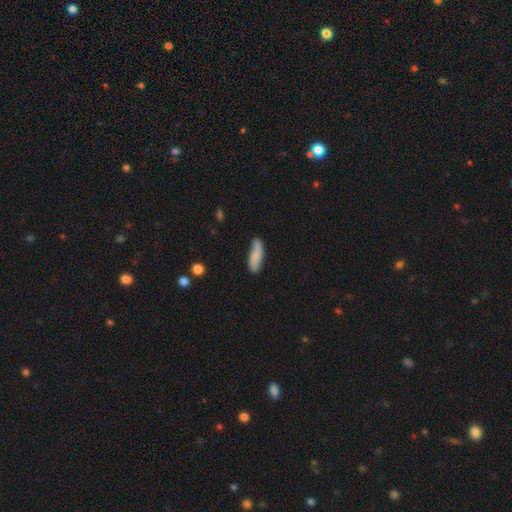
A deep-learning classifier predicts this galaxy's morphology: type=smooth (65%); roundness=cigar-shaped (52%); merging=none (67%).